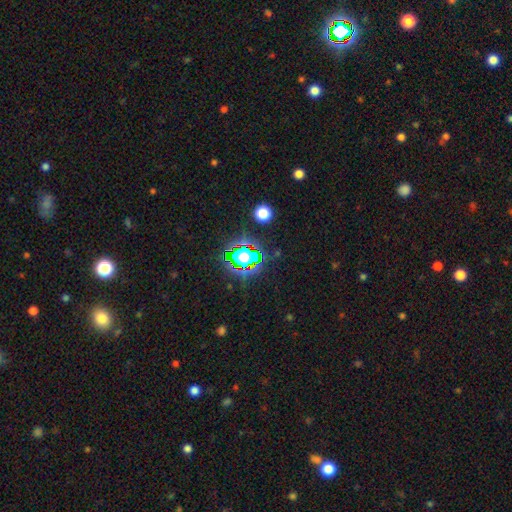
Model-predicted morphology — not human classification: A star or artifact, not a galaxy (80%).